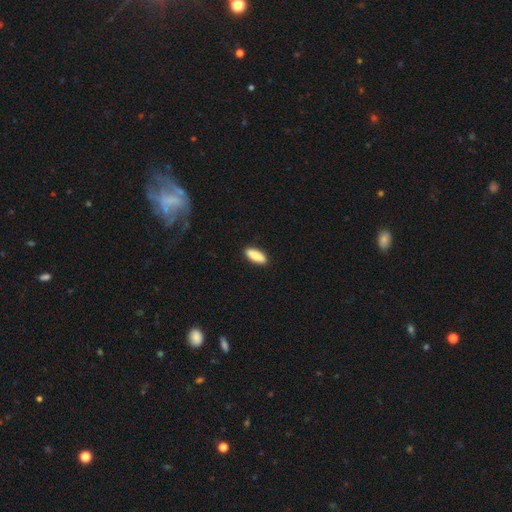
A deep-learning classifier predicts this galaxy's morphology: Q: Smooth or featured?
A: smooth (86%); runner-up: featured or disk (8%)
Q: How rounded?
A: in between (76%); runner-up: cigar-shaped (22%)
Q: Merging?
A: none (89%); runner-up: minor disturbance (8%)